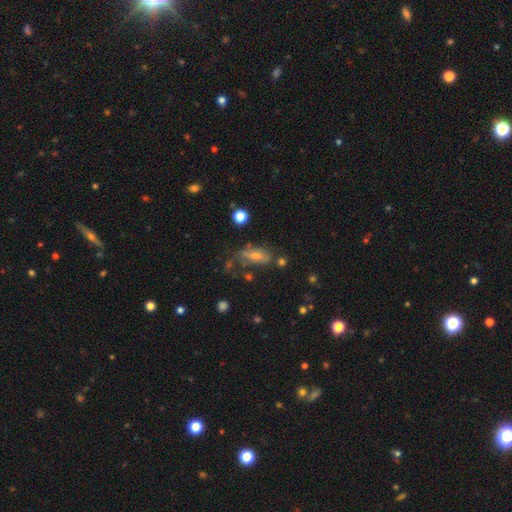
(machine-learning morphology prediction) Smooth or featured? smooth (46%)
Merging? none (53%)